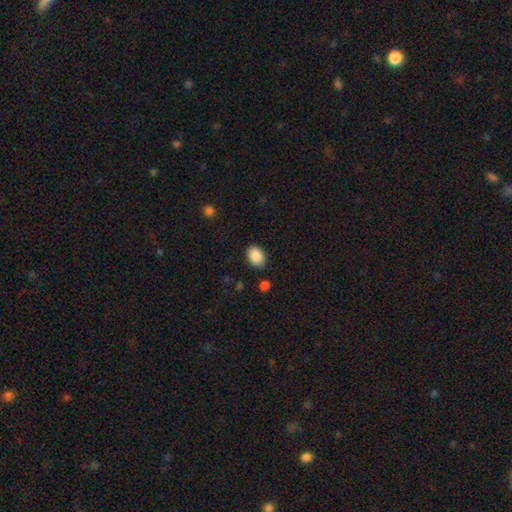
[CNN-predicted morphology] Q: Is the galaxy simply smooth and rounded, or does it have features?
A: smooth — 88%.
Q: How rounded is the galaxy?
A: in between — 76%.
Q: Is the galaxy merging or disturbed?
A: none — 86%.